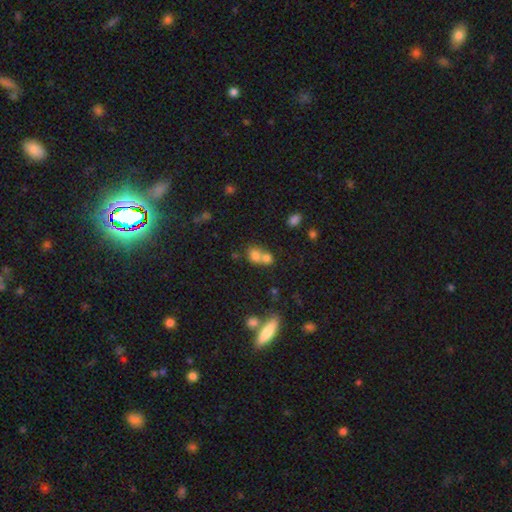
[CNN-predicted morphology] Smooth or featured?
  - smooth: 73% *
  - star or artifact: 15%
  - featured or disk: 12%
How rounded?
  - round: 62% *
  - in between: 37%
  - cigar-shaped: 1%
Merging?
  - merger: 60% *
  - none: 30%
  - minor disturbance: 7%
  - major disturbance: 3%